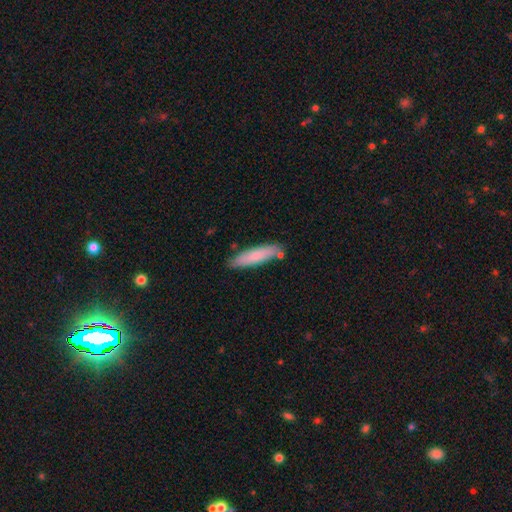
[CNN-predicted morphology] This is likely a smooth galaxy (79%). How rounded: likely cigar-shaped (80%). Merging: likely none (79%).